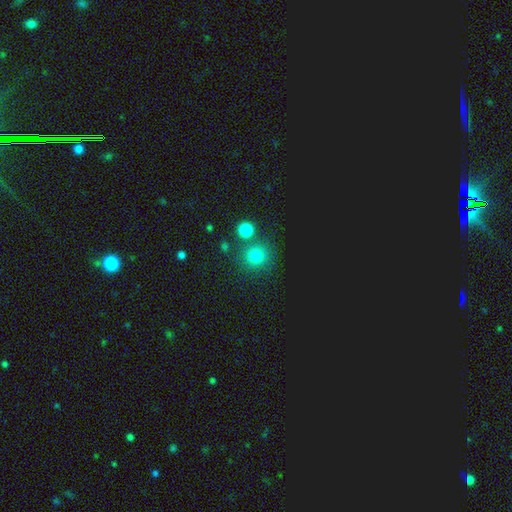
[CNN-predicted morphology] A smooth galaxy with no disk features (74%) that is round (91%). Merging: none (78%).